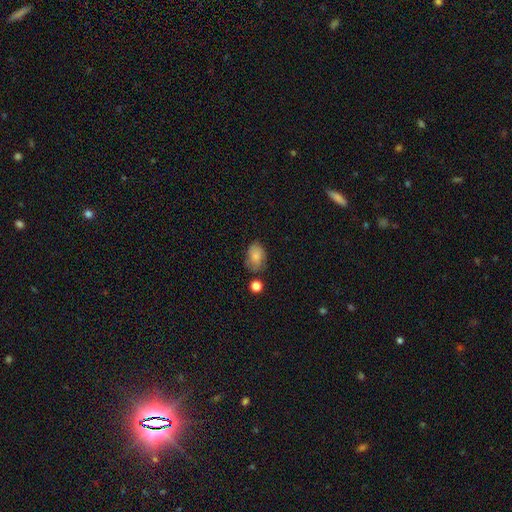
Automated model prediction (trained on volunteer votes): The model was most divided on "merging": none: 65%, minor disturbance: 23%, major disturbance: 6%, merger: 6%. More confident: smooth or featured — smooth (81%); how rounded — in between (79%).